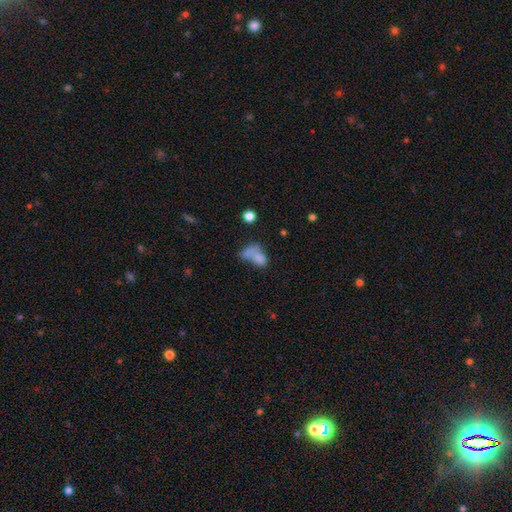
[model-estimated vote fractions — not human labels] Q: Smooth or featured?
A: smooth (71%); runner-up: featured or disk (17%)
Q: How rounded?
A: in between (79%); runner-up: round (18%)
Q: Merging?
A: merger (54%); runner-up: none (21%)